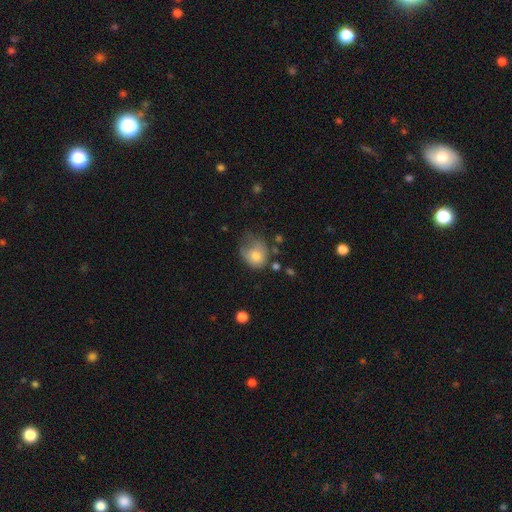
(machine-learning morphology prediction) Overall: smooth (74%). How rounded: round (57%; in between 42%). Merging: minor disturbance (35%; major disturbance 32%).